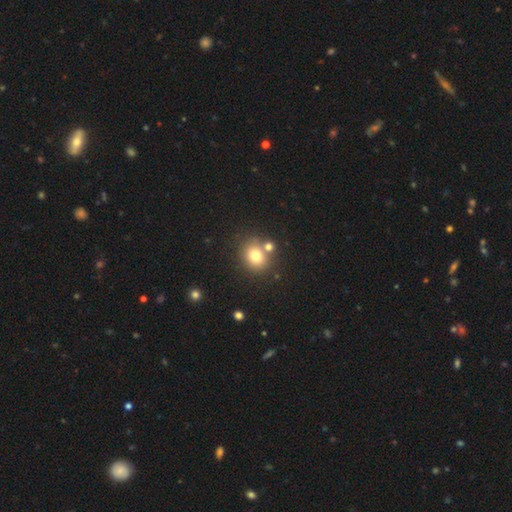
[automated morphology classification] Smooth or featured: smooth — 75% (star or artifact — 14%)
How rounded: round — 69% (in between — 30%)
Merging: none — 66% (merger — 21%)